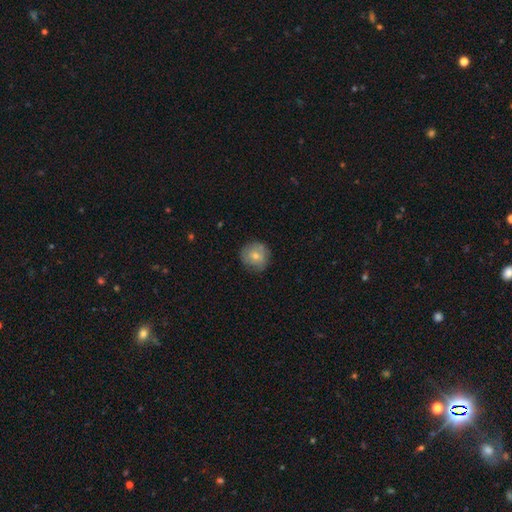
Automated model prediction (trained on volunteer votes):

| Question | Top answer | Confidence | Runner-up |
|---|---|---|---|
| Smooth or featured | smooth | 70% | featured or disk (22%) |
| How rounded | round | 91% | in between (8%) |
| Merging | none | 79% | minor disturbance (16%) |